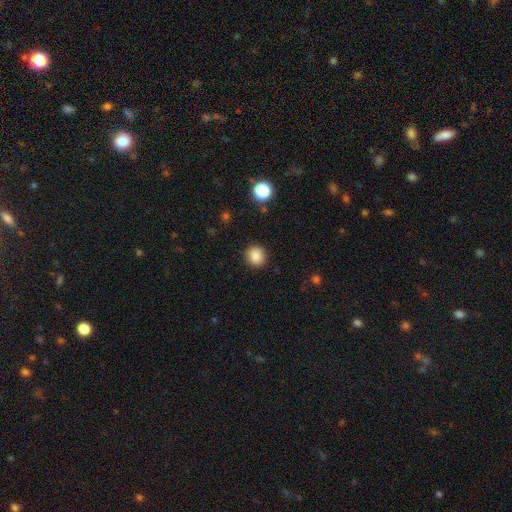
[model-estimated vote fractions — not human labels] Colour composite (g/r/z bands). It shows a smooth galaxy with no disk features (86%) that is round (86%). Merging: none (90%).